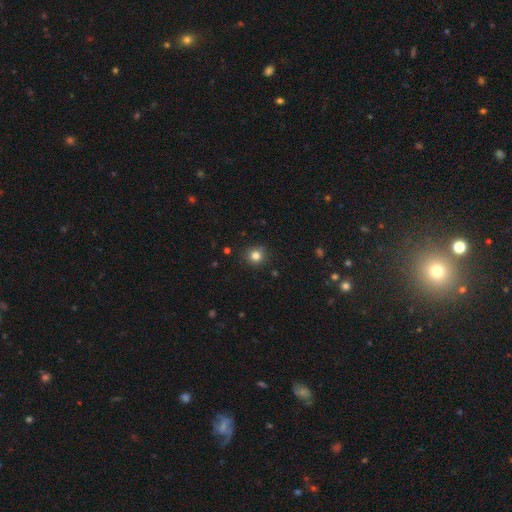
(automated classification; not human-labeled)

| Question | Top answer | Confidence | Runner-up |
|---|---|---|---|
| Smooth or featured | smooth | 81% | star or artifact (13%) |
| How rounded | round | 92% | in between (8%) |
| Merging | none | 89% | minor disturbance (7%) |